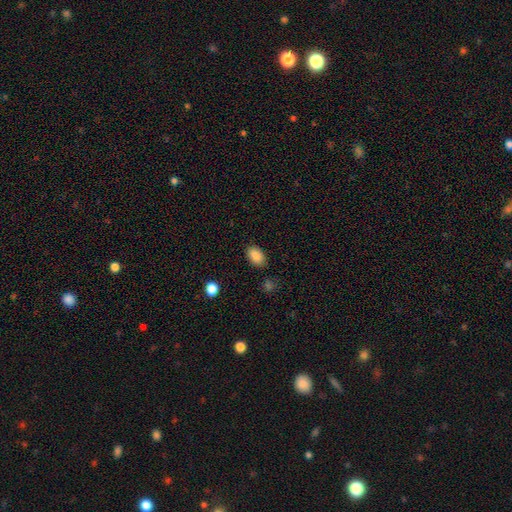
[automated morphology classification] Smooth or featured? Predicted: smooth (p=0.87). How rounded? Predicted: in between (p=0.90). Merging? Predicted: none (p=0.86).